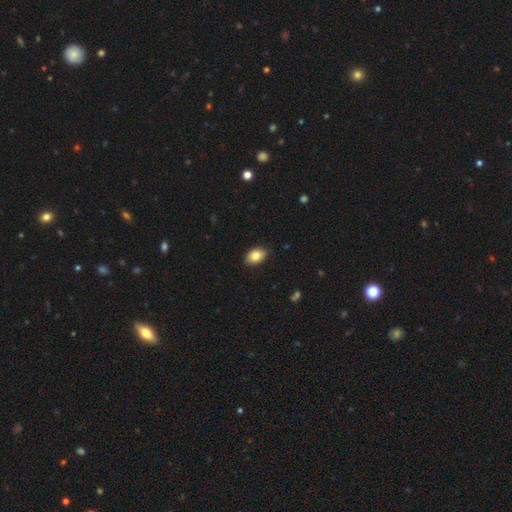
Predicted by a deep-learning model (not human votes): Smooth or featured? smooth (86%)
How rounded? in between (86%)
Merging? none (87%)